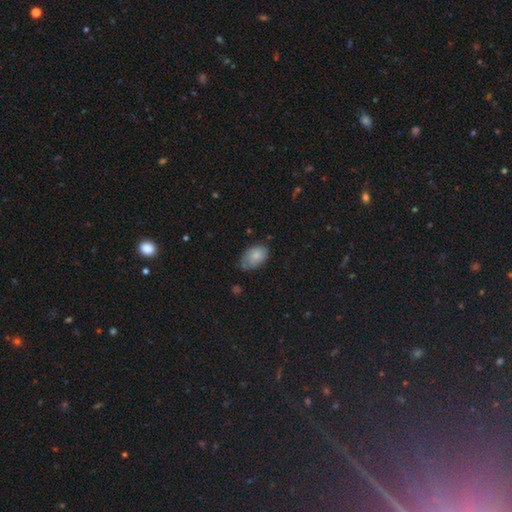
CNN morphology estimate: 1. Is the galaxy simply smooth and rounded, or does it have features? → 80% smooth, 12% featured or disk, 8% star or artifact.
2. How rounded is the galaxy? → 89% in between, 9% round, 1% cigar-shaped.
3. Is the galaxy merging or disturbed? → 58% none, 33% minor disturbance, 6% major disturbance, 3% merger.